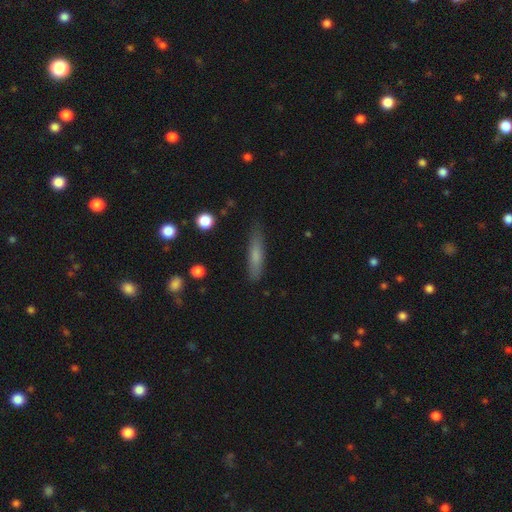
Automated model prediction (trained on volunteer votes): Morphology: type=smooth (69%); roundness=cigar-shaped (81%); merging=none (80%).